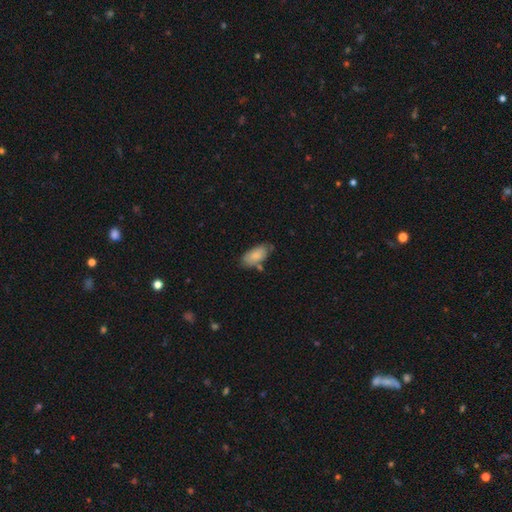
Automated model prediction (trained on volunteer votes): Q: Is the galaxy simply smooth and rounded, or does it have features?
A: smooth — 82%.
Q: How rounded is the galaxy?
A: in between — 91%.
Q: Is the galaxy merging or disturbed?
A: none — 63%.